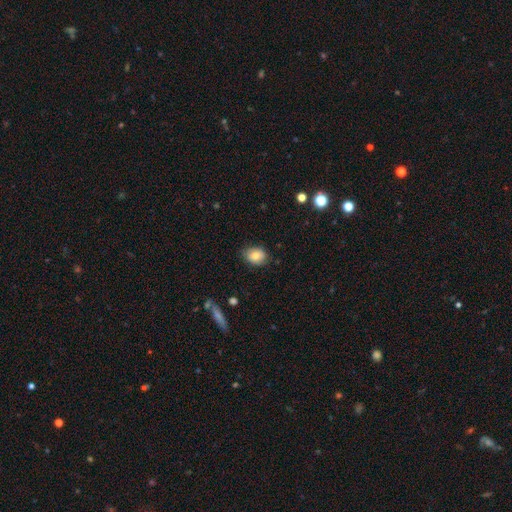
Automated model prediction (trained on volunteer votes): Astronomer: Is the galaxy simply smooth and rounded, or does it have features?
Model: smooth — 81%.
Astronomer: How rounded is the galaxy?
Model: in between — 64%.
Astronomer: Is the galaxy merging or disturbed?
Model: none — 74%.